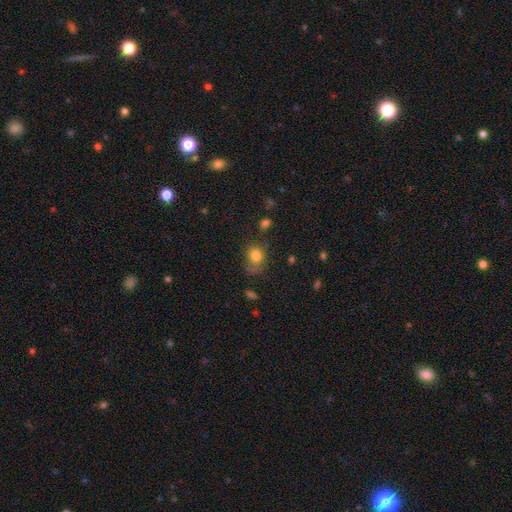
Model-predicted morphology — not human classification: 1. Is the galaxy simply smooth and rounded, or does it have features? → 79% smooth, 11% star or artifact, 10% featured or disk.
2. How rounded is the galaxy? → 58% round, 41% in between, 1% cigar-shaped.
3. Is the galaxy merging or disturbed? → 48% none, 29% minor disturbance, 18% major disturbance, 5% merger.